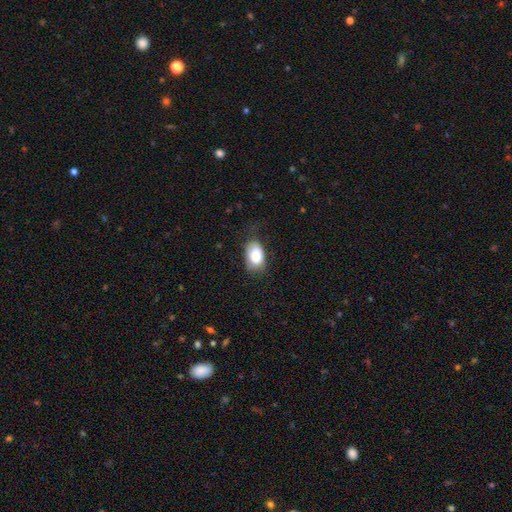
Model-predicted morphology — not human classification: type=smooth (81%); roundness=in between (89%); merging=none (59%).